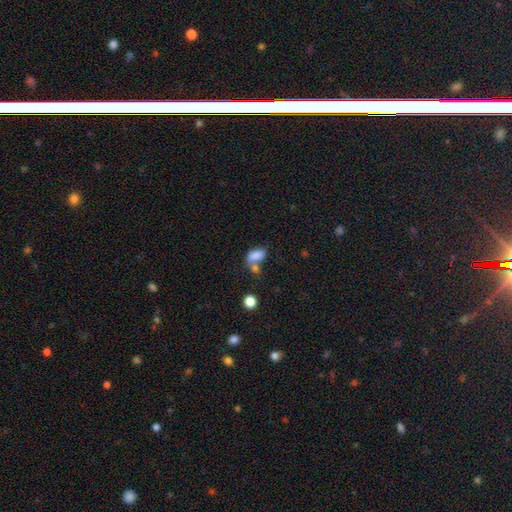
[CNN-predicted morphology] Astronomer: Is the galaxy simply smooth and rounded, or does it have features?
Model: smooth — 79%.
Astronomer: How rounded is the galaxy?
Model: in between — 88%.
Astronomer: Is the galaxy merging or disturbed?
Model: merger — 44% (runner-up: none, 31%).